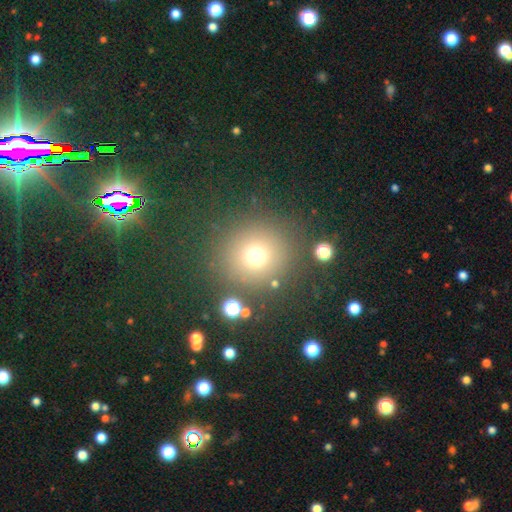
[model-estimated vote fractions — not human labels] Smooth or featured? Predicted: smooth (p=0.70). How rounded? Predicted: round (p=0.92). Merging? Predicted: none (p=0.84).